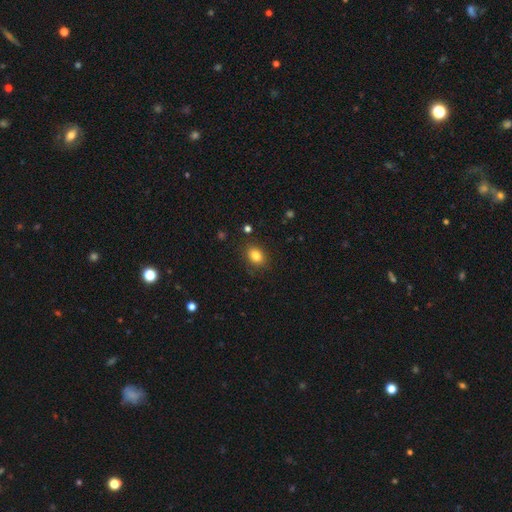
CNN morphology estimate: smooth-or-featured: smooth: 83% | star or artifact: 10% | featured or disk: 7%
  how-rounded: in between: 62% | round: 36% | cigar-shaped: 1%
  merging: none: 83% | minor disturbance: 12% | major disturbance: 3% | merger: 2%